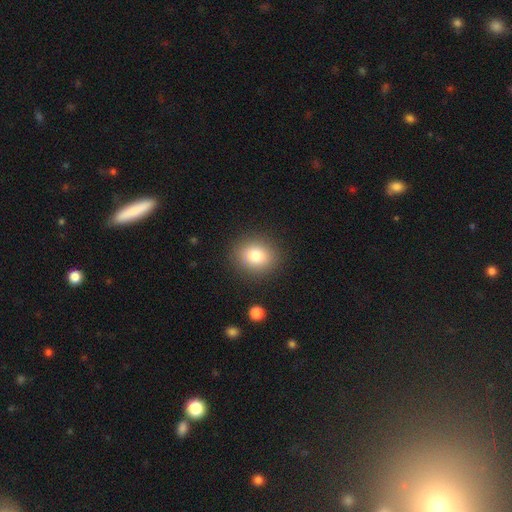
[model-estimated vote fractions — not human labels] Smooth or featured: smooth — 81% (star or artifact — 10%)
How rounded: round — 70% (in between — 29%)
Merging: none — 88% (minor disturbance — 7%)